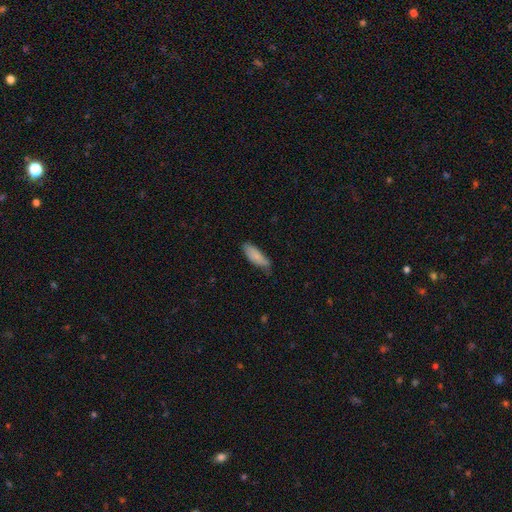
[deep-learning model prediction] Q: Smooth or featured?
A: smooth (84%); runner-up: featured or disk (9%)
Q: How rounded?
A: in between (65%); runner-up: cigar-shaped (33%)
Q: Merging?
A: none (57%); runner-up: minor disturbance (36%)